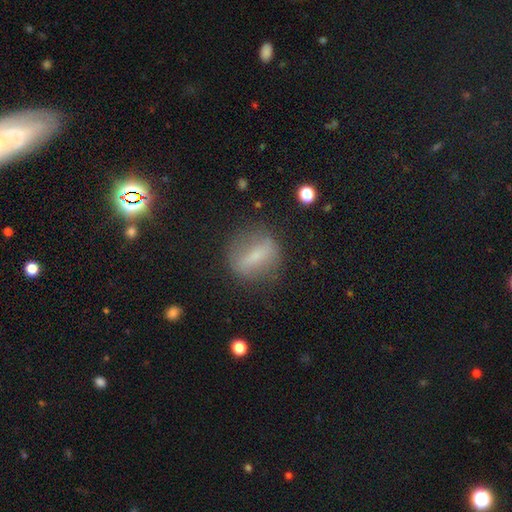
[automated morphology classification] Smooth or featured? smooth (52%)
How rounded? in between (44%, tied with round)
Merging? none (74%)